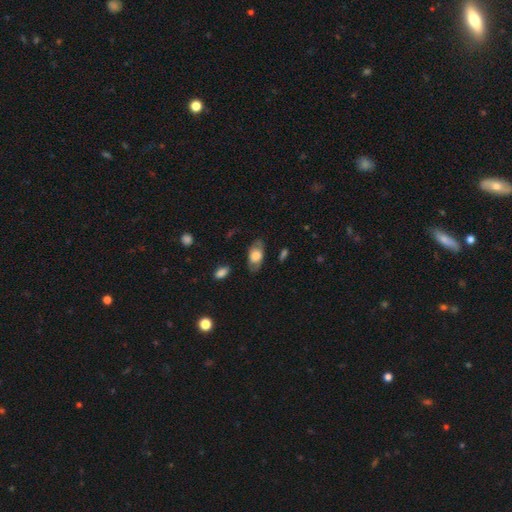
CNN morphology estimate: smooth 62%, featured or disk 31%, star or artifact 7%. Down the decision tree: how rounded — in between (90%); merging — none (73%).